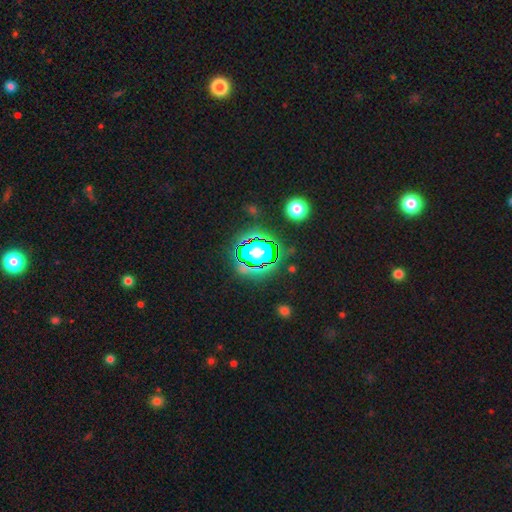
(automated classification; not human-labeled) Smooth or featured? star or artifact (77%)